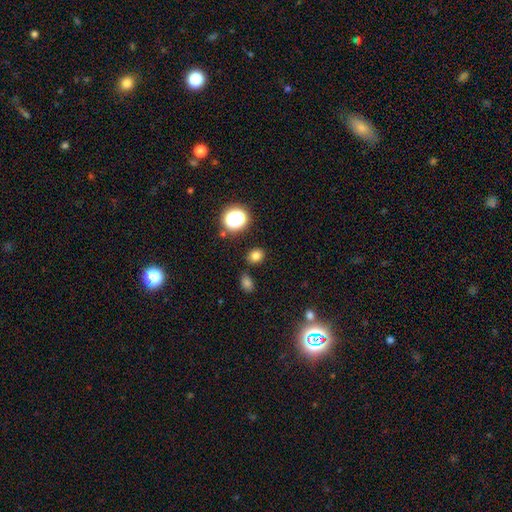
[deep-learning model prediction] A smooth galaxy with no disk features (77%) that is round (58%).

Vote fractions:
- Smooth or featured? smooth: 77% / star or artifact: 17% / featured or disk: 6%
- How rounded? round: 58% / in between: 41% / cigar-shaped: 1%
- Merging? none: 82% / minor disturbance: 10% / merger: 5% / major disturbance: 3%